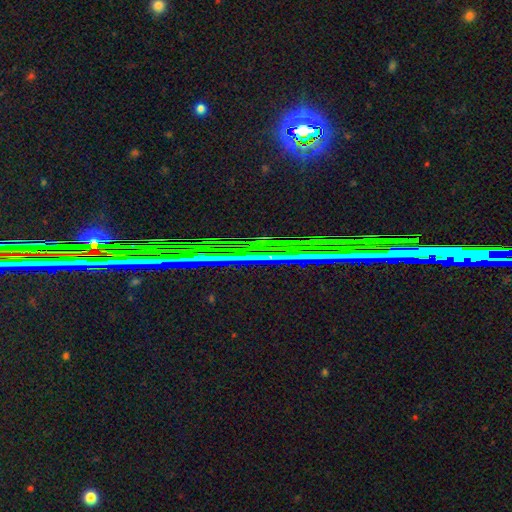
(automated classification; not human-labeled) A star or artifact, not a galaxy (78%).

Vote fractions:
- Smooth or featured? star or artifact: 78% / featured or disk: 13% / smooth: 9%